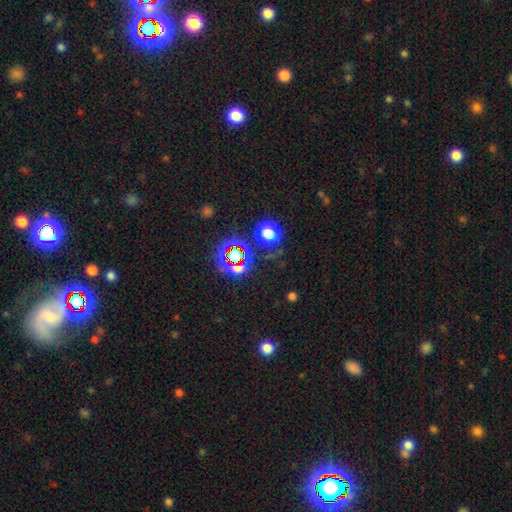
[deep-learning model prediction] This appears to be a star or artifact, not a galaxy (67%).